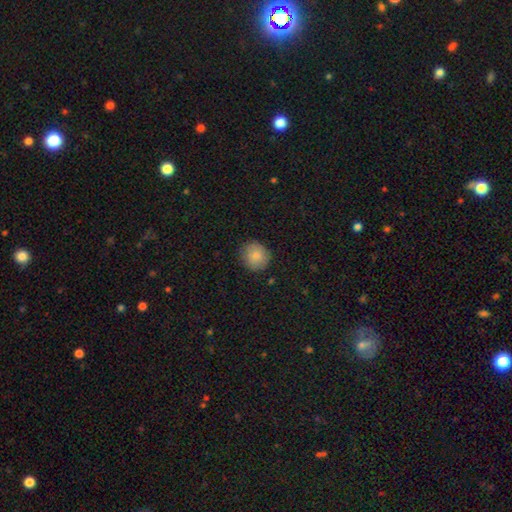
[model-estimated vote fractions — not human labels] smooth 86%, star or artifact 7%, featured or disk 7%. Down the decision tree: how rounded — round (87%); merging — none (84%).